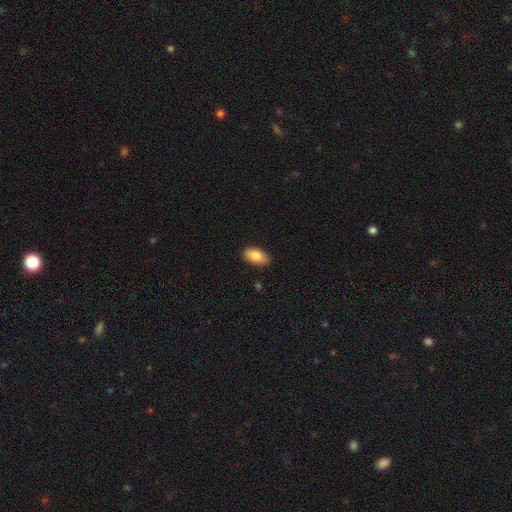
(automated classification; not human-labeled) smooth_or_featured: smooth (p=0.84) [alt: featured or disk p=0.09]
how_rounded: in between (p=0.94) [alt: round p=0.04]
merging: none (p=0.88) [alt: minor disturbance p=0.09]